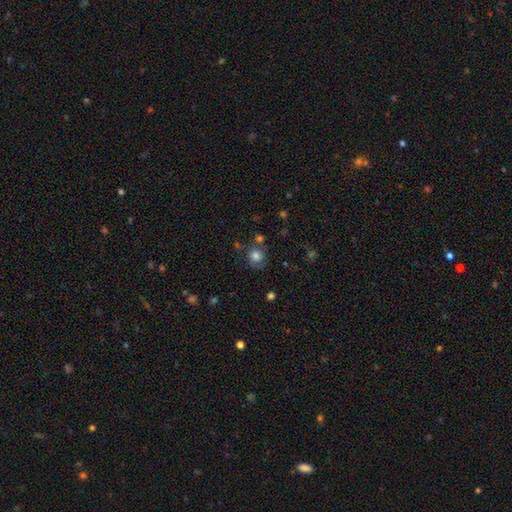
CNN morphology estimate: Q: Smooth or featured?
A: smooth (79%); runner-up: star or artifact (11%)
Q: How rounded?
A: round (84%); runner-up: in between (15%)
Q: Merging?
A: none (68%); runner-up: minor disturbance (16%)